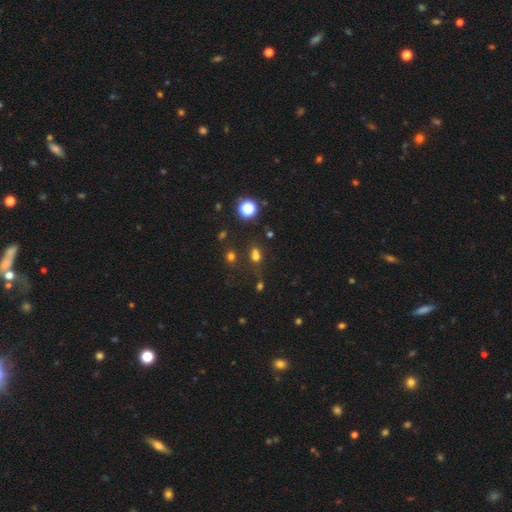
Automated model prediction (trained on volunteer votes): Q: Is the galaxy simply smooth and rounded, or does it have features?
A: smooth — 63%.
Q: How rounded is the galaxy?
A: round — 57%.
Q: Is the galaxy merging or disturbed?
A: none — 54%.